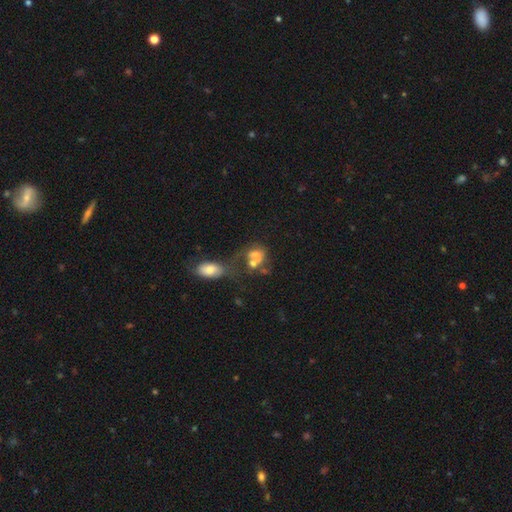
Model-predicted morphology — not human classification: A smooth galaxy with no disk features (53%) that is in between round and cigar-shaped (61%). Merging: merger (52%).